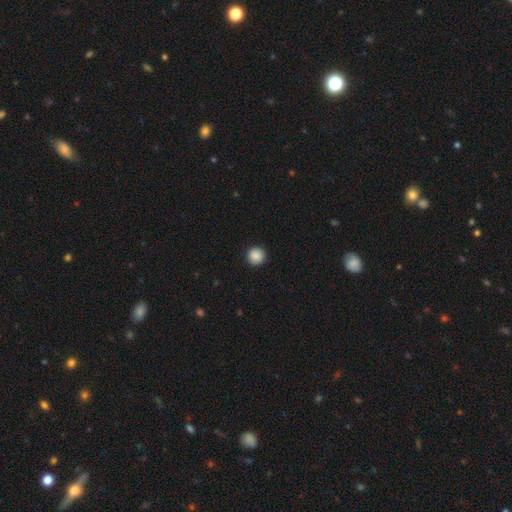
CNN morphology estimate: Overall: smooth (89%). How rounded: round (95%). Merging: none (91%).